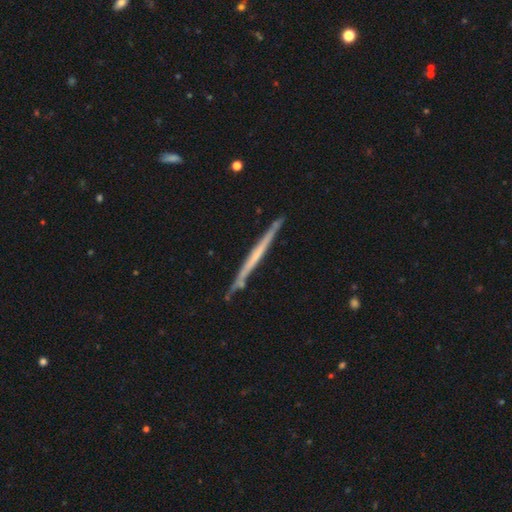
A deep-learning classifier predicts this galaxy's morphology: A featured or disk galaxy (65%) viewed edge-on (98%) with no central bulge (83%).

Vote fractions:
- Smooth or featured? featured or disk: 65% / smooth: 29% / star or artifact: 6%
- Edge-on disk? yes: 98% / no: 2%
- Edge-on bulge? none: 83% / rounded: 12% / boxy: 5%
- Merging? none: 86% / minor disturbance: 11% / merger: 2% / major disturbance: 2%